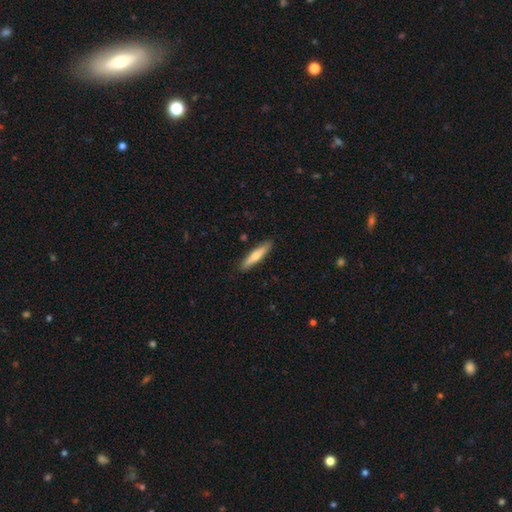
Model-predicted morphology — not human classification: This is possibly a smooth galaxy (58%). How rounded: clearly cigar-shaped (84%). Merging: clearly none (89%).